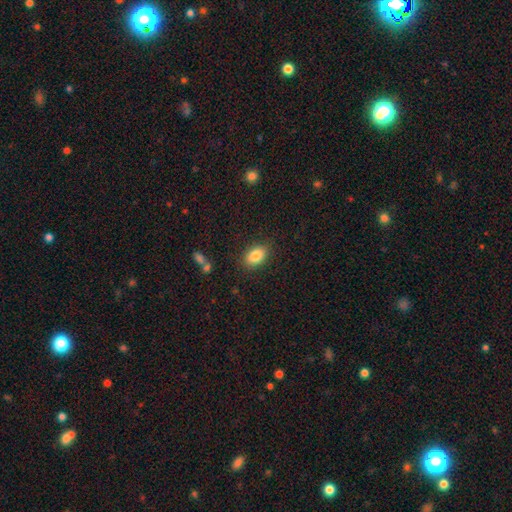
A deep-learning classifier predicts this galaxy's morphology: smooth_or_featured: smooth (p=0.84) [alt: star or artifact p=0.08]
how_rounded: in between (p=0.88) [alt: round p=0.11]
merging: none (p=0.86) [alt: minor disturbance p=0.10]